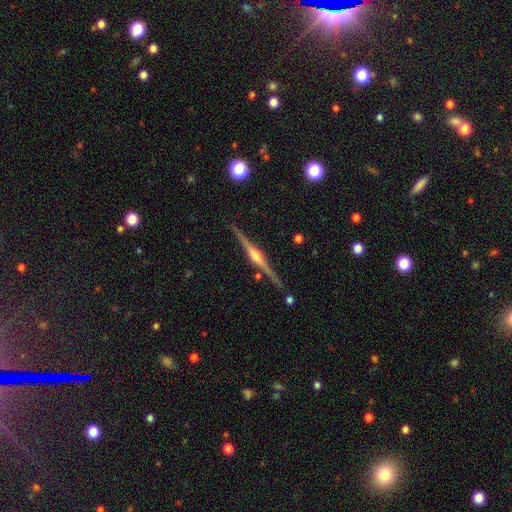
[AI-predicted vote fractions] This appears to be a featured or disk galaxy (87%) viewed edge-on (99%) with a rounded central bulge (90%). Merging: none (89%).